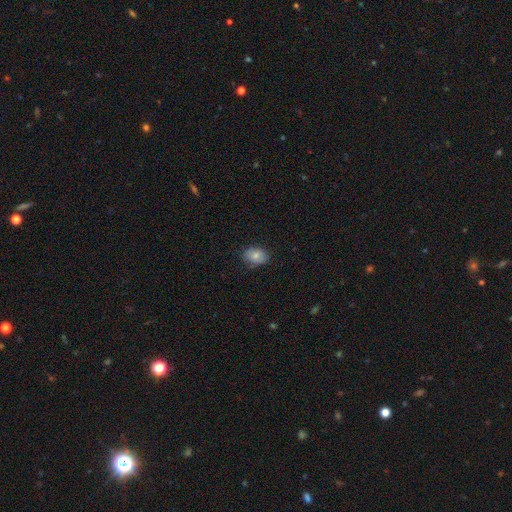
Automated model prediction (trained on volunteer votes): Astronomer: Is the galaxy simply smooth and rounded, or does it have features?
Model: smooth — 78%.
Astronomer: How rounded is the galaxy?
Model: in between — 73%.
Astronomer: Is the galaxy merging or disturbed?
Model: none — 80%.